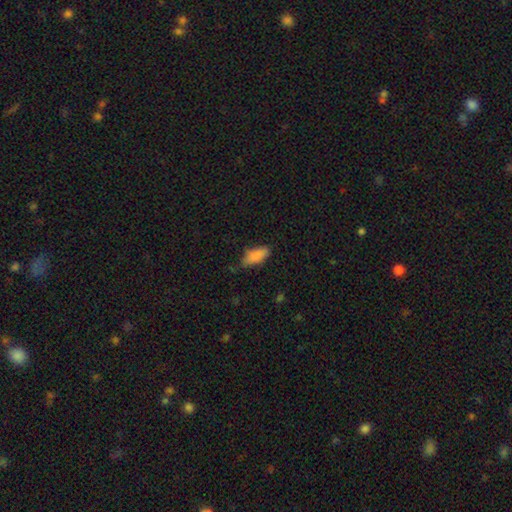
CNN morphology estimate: smooth-or-featured: smooth: 86% | star or artifact: 7% | featured or disk: 6%
  how-rounded: in between: 82% | cigar-shaped: 16% | round: 2%
  merging: none: 66% | minor disturbance: 27% | major disturbance: 5% | merger: 2%